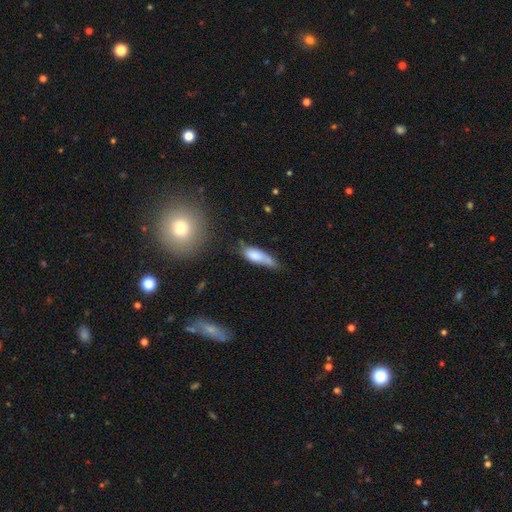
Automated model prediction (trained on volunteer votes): smooth-or-featured: smooth: 70% | featured or disk: 22% | star or artifact: 8%
  how-rounded: in between: 54% | cigar-shaped: 43% | round: 2%
  merging: none: 37% | minor disturbance: 35% | major disturbance: 16% | merger: 11%